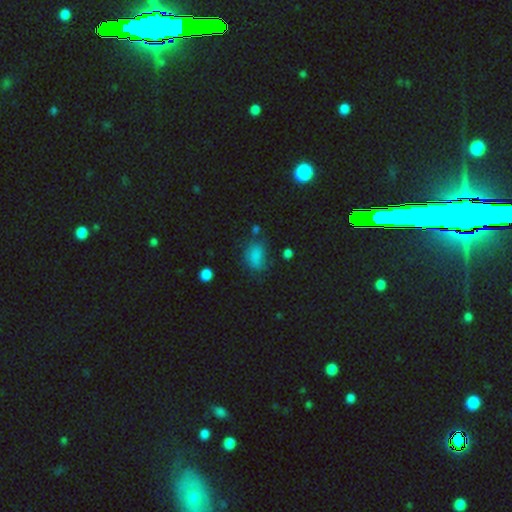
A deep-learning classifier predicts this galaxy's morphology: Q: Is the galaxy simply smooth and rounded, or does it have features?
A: smooth — 76%.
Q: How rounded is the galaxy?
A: in between — 78%.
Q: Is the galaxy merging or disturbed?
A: none — 53%.